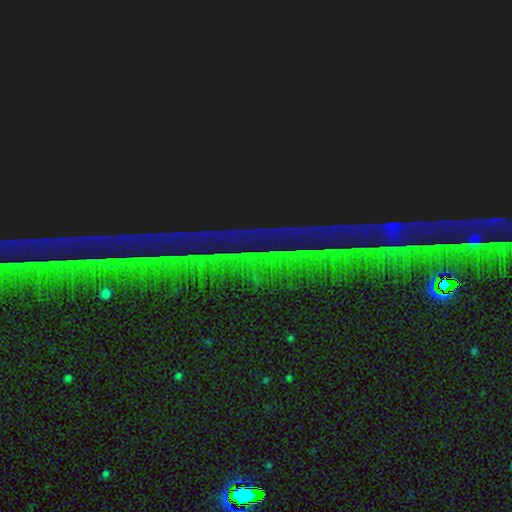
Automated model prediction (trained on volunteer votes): Smooth or featured: star or artifact — 89% (featured or disk — 6%)